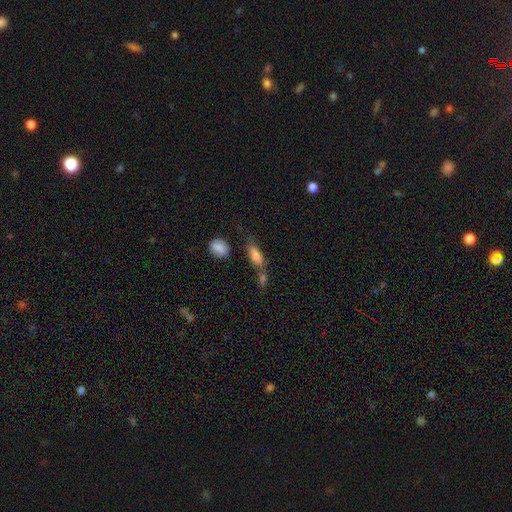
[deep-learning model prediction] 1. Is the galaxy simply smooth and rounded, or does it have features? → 77% smooth, 15% featured or disk, 8% star or artifact.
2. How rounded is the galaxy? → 67% in between, 29% cigar-shaped, 4% round.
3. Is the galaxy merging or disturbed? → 48% none, 26% merger, 18% minor disturbance, 8% major disturbance.